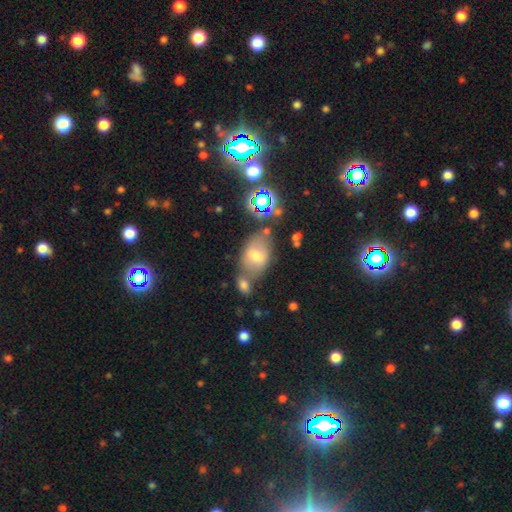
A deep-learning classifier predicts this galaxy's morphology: type=smooth (61%); roundness=in between (82%); merging=none (52%).